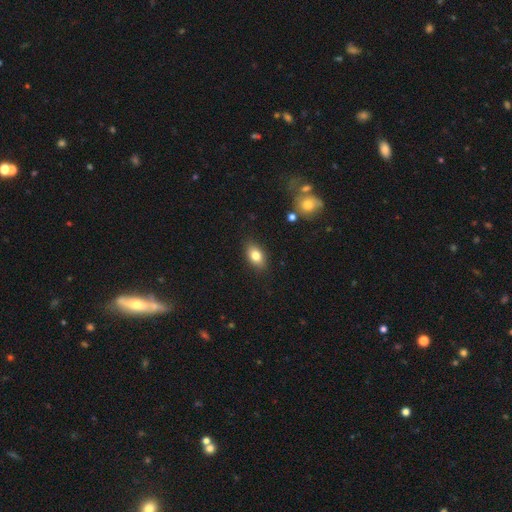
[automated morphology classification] Smooth or featured? smooth (80%)
How rounded? in between (87%)
Merging? none (87%)